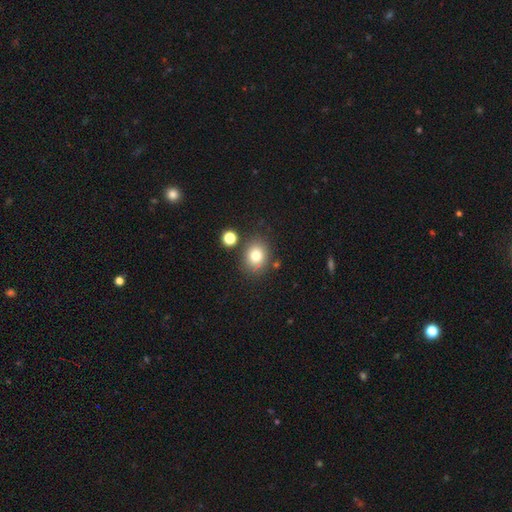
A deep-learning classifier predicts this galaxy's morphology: Smooth or featured? smooth (78%)
How rounded? round (59%)
Merging? none (78%)